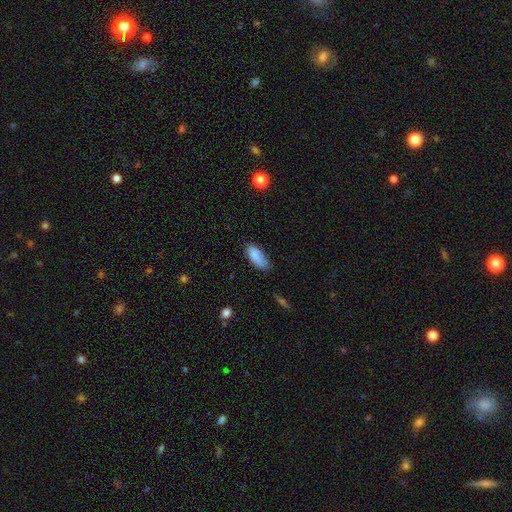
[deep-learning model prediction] Overall: smooth (85%). How rounded: in between (88%). Merging: none (67%).